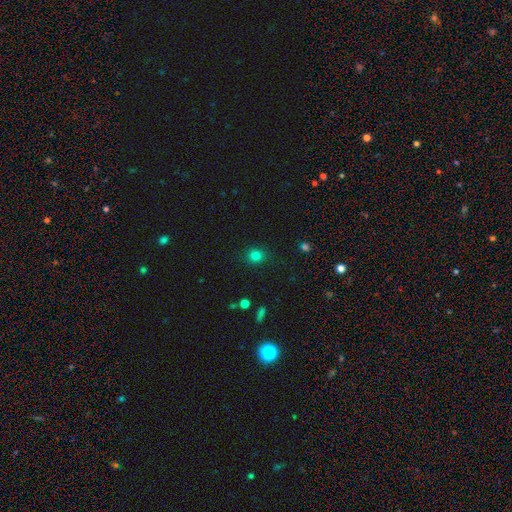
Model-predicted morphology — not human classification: Overall: smooth (80%). How rounded: round (79%). Merging: none (88%).